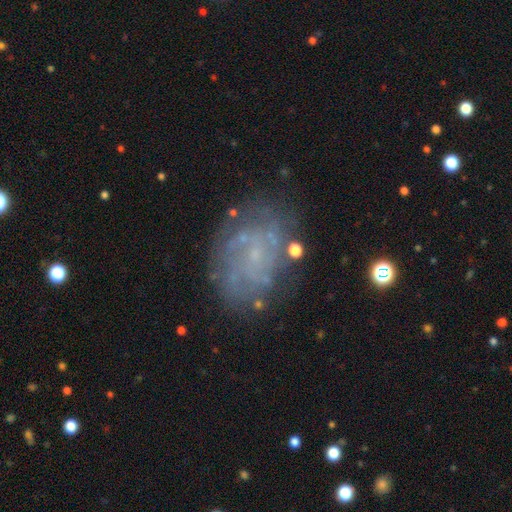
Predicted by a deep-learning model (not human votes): Smooth or featured?
  - featured or disk: 68% *
  - smooth: 18%
  - star or artifact: 14%
Edge-on disk?
  - no: 97% *
  - yes: 3%
Bar?
  - no: 73% *
  - weak: 23%
  - strong: 5%
Spiral arms?
  - yes: 77% *
  - no: 23%
Spiral winding?
  - tight: 54% *
  - medium: 31%
  - loose: 15%
Spiral arm count?
  - can't tell: 51% *
  - 2: 16%
  - 3: 11%
  - 4: 9%
  - more than 4: 8%
  - 1: 6%
Bulge size?
  - small: 68% *
  - none: 24%
  - moderate: 6%
  - large: 1%
  - dominant: 1%
Merging?
  - none: 73% *
  - minor disturbance: 16%
  - major disturbance: 8%
  - merger: 3%